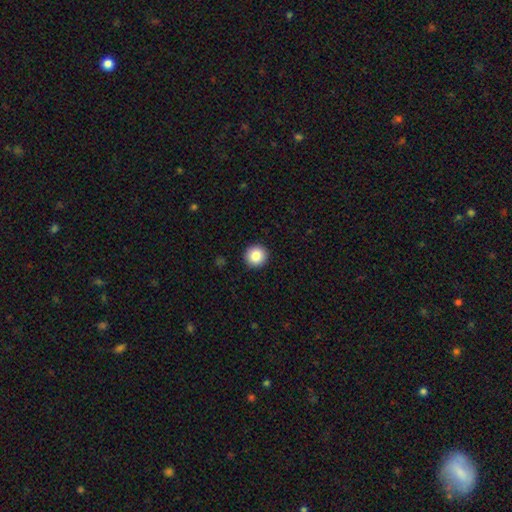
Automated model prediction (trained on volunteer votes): Smooth or featured? Predicted: smooth (p=0.86). How rounded? Predicted: round (p=0.94). Merging? Predicted: none (p=0.93).